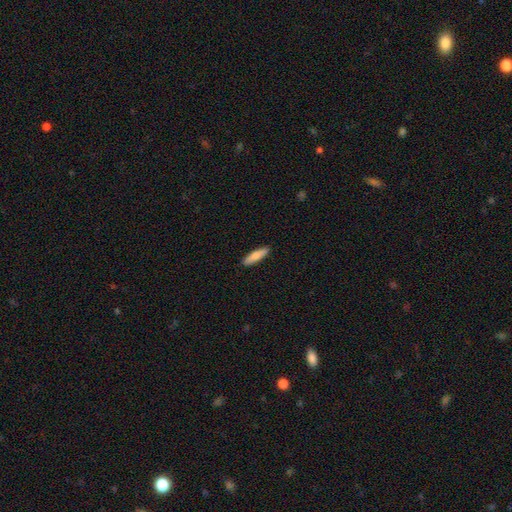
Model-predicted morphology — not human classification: Smooth or featured: smooth — 80% (featured or disk — 14%)
How rounded: cigar-shaped — 70% (in between — 29%)
Merging: none — 91% (minor disturbance — 7%)